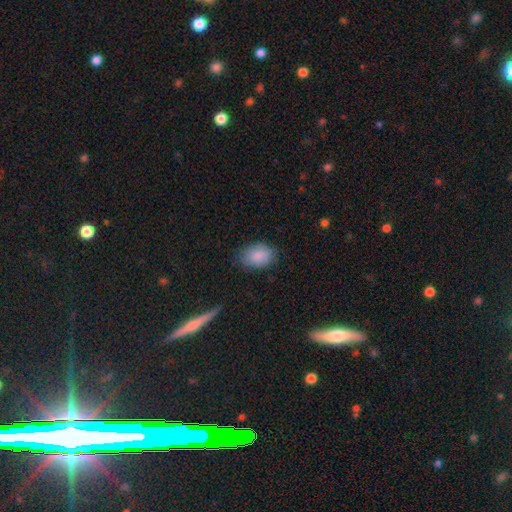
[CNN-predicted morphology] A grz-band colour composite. It shows a smooth galaxy with no disk features (86%) that is in between round and cigar-shaped (80%). Merging: none (77%).